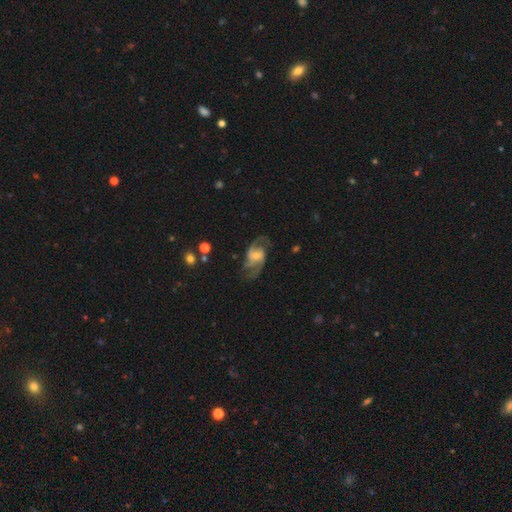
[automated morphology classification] A featured or disk galaxy (86%) with no bar (49%), 2 (60%) medium (52%) spiral arms (96%) and a small central bulge (55%). Merging: none (65%).